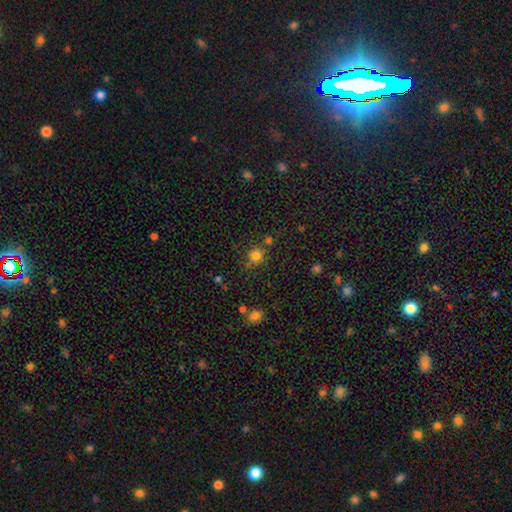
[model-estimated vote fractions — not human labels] Morphology: type=smooth (78%); roundness=round (89%); merging=none (73%).